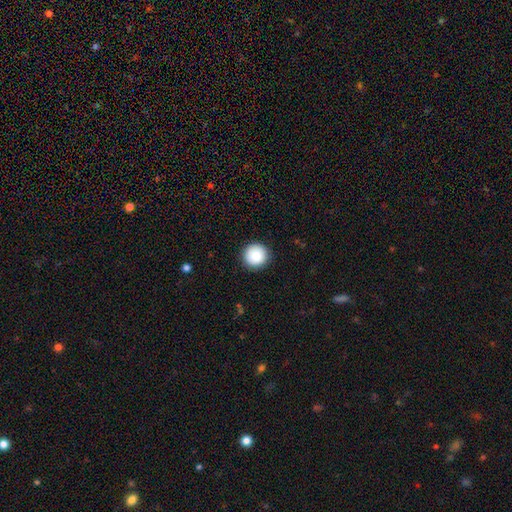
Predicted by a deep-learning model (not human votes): Smooth or featured: smooth — 87% (star or artifact — 8%)
How rounded: round — 95% (in between — 4%)
Merging: none — 90% (minor disturbance — 7%)